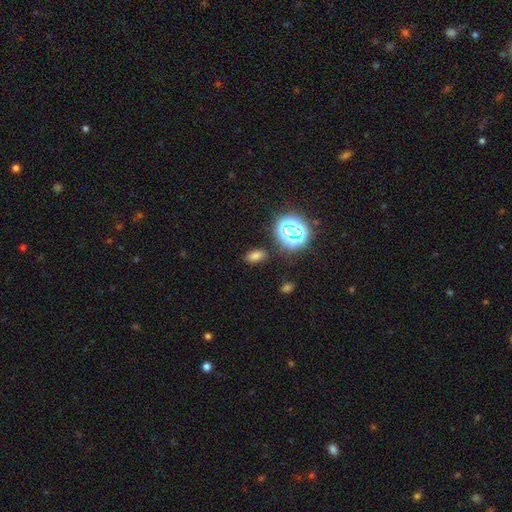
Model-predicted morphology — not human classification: smooth 68%, star or artifact 25%, featured or disk 7%. Down the decision tree: how rounded — in between (84%); merging — none (84%).